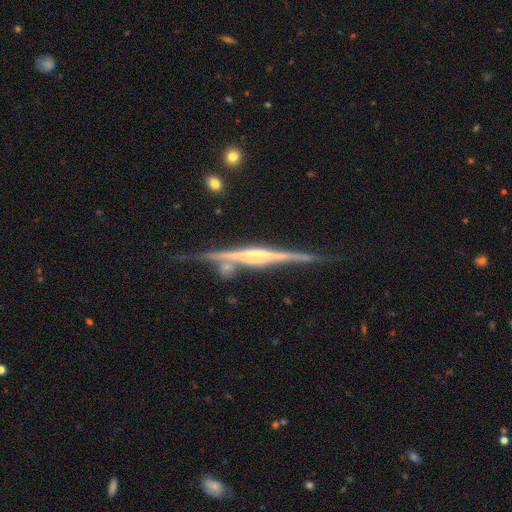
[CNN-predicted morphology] smooth-or-featured: featured or disk: 87% | smooth: 8% | star or artifact: 5%
  disk-edge-on: yes: 98% | no: 2%
    edge-on-bulge: rounded: 63% | boxy: 19% | none: 18%
  merging: none: 75% | minor disturbance: 15% | merger: 7% | major disturbance: 4%